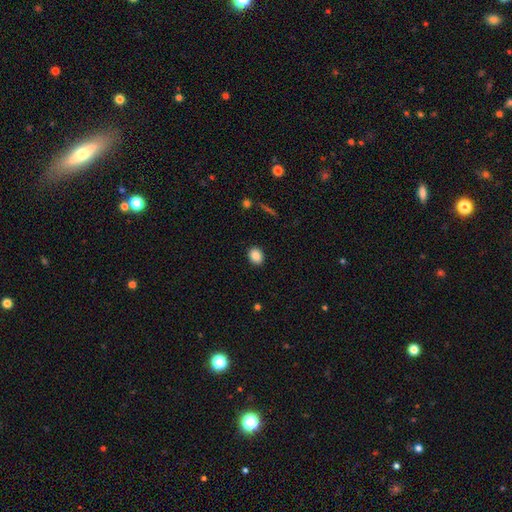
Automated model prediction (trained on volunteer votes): A smooth galaxy with no disk features (86%) that is in between round and cigar-shaped (53%).

Vote fractions:
- Smooth or featured? smooth: 86% / star or artifact: 9% / featured or disk: 5%
- How rounded? in between: 53% / round: 46% / cigar-shaped: 1%
- Merging? none: 90% / minor disturbance: 7% / major disturbance: 2% / merger: 1%